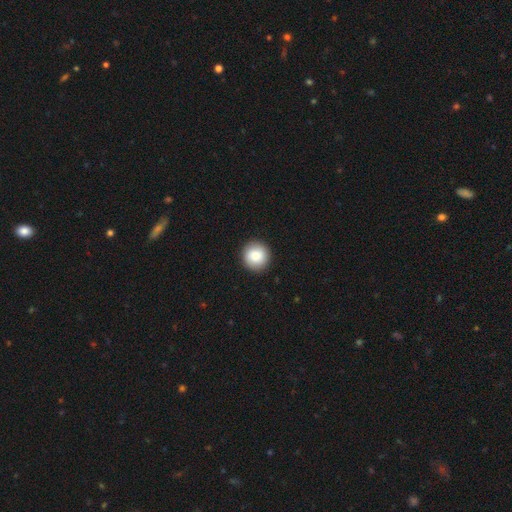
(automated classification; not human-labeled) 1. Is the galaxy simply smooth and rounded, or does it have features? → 82% smooth, 10% featured or disk, 8% star or artifact.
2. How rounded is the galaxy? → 95% round, 4% in between, 1% cigar-shaped.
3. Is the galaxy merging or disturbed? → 93% none, 5% minor disturbance, 2% major disturbance, 1% merger.